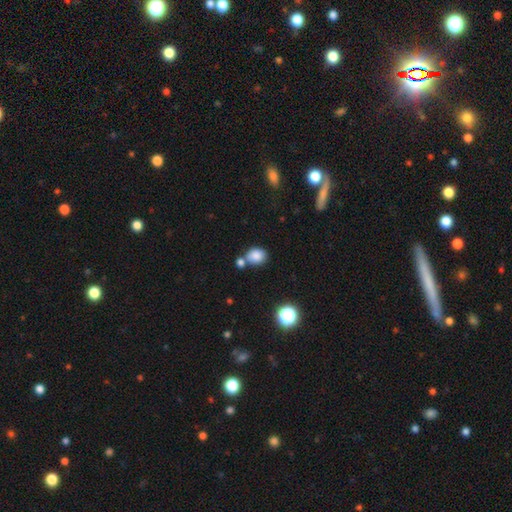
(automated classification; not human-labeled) smooth 83%, star or artifact 10%, featured or disk 6%. Down the decision tree: how rounded — round (58%); merging — none (56%).